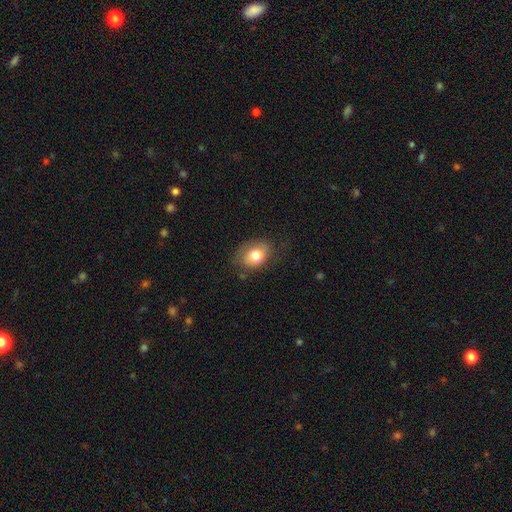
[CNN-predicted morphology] A smooth galaxy with no disk features (75%) that is in between round and cigar-shaped (70%). Merging: none (67%).